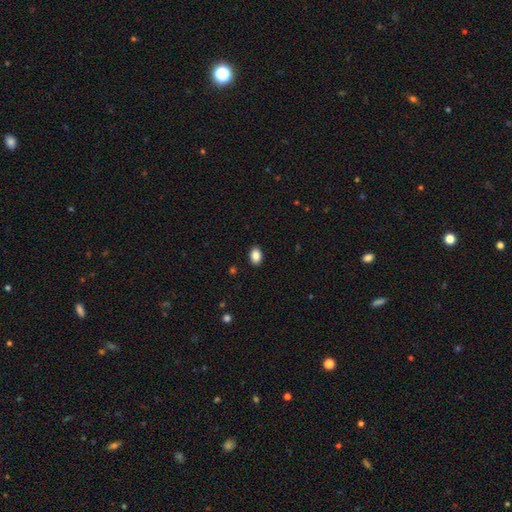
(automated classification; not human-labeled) smooth-or-featured: smooth: 88% | star or artifact: 8% | featured or disk: 4%
  how-rounded: in between: 85% | round: 13% | cigar-shaped: 1%
  merging: none: 90% | minor disturbance: 7% | major disturbance: 2% | merger: 1%